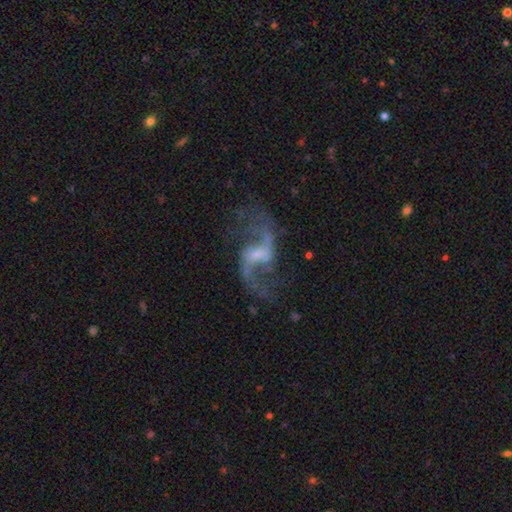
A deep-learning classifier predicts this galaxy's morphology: Smooth or featured? Predicted: featured or disk (p=0.88). Edge-on disk? Predicted: no (p=0.97). Bar? Predicted: weak (p=0.54). Spiral arms? Predicted: yes (p=0.96). Spiral winding? Predicted: loose (p=0.80). Spiral arm count? Predicted: 2 (p=0.93). Bulge size? Predicted: small (p=0.48). Merging? Predicted: none (p=0.75).